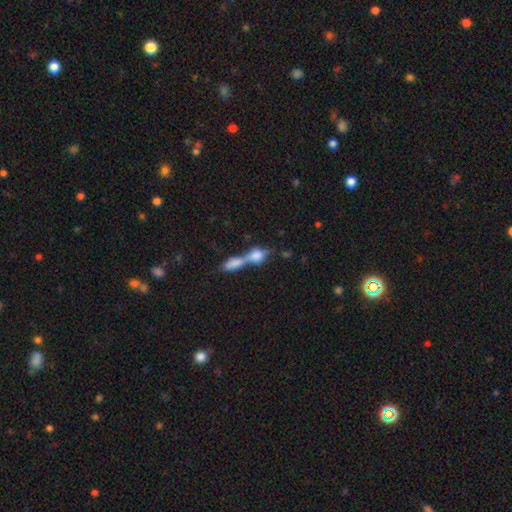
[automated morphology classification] This is likely a smooth galaxy (61%). How rounded: possibly in between (54%). Merging: likely merger (70%).